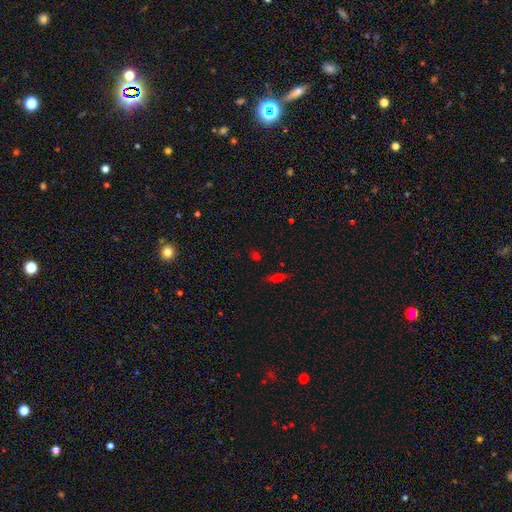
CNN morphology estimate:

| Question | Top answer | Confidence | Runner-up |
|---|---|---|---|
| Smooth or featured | smooth | 49% | star or artifact (37%) |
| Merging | none | 81% | minor disturbance (12%) |